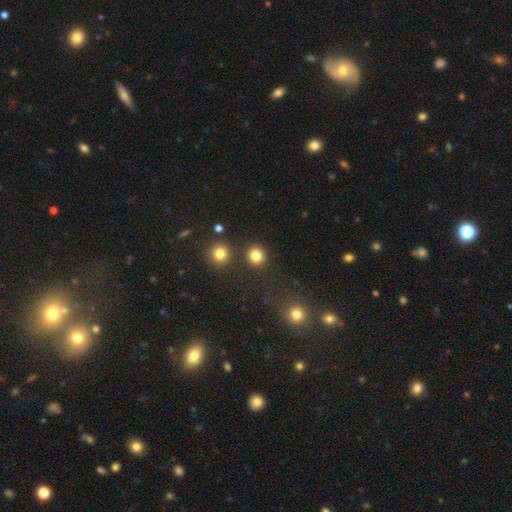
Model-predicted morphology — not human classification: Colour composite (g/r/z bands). It shows a smooth galaxy with no disk features (82%) that is round (90%). Merging: none (88%).